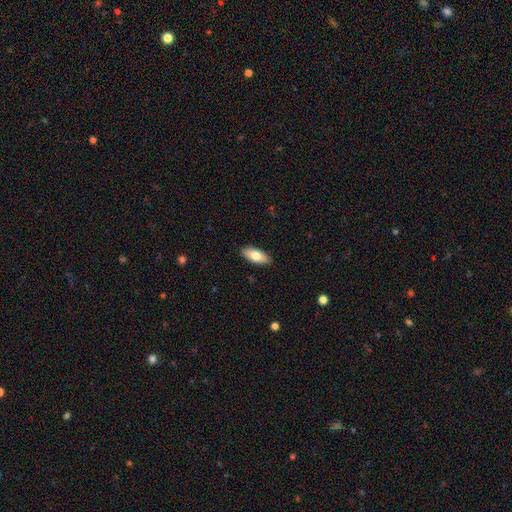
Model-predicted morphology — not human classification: This appears to be a smooth galaxy with no disk features (75%) that is in between round and cigar-shaped (84%). Merging: none (89%).